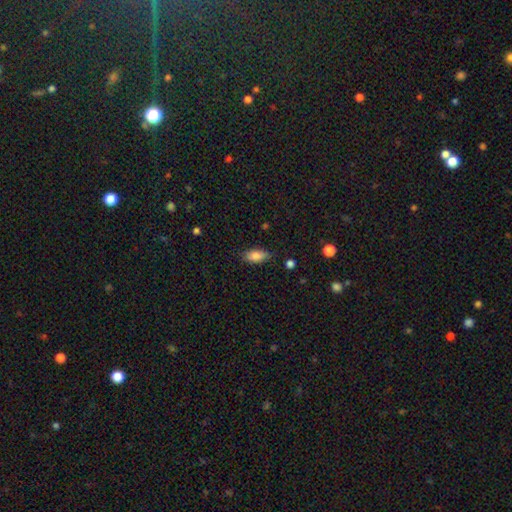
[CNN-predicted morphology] smooth_or_featured: smooth (p=0.84) [alt: featured or disk p=0.09]
how_rounded: in between (p=0.84) [alt: cigar-shaped p=0.13]
merging: none (p=0.81) [alt: minor disturbance p=0.15]